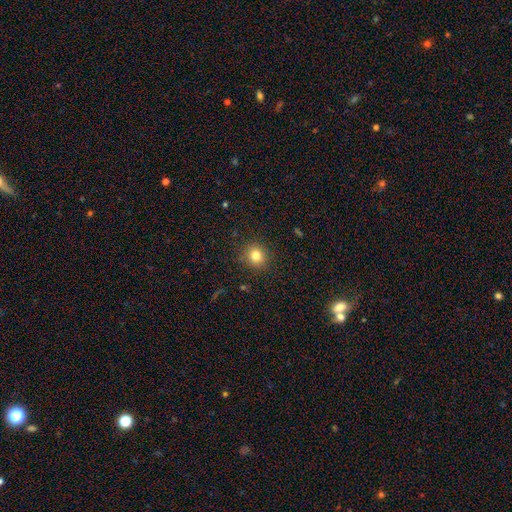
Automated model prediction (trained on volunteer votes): Smooth or featured? Predicted: smooth (p=0.80). How rounded? Predicted: round (p=0.88). Merging? Predicted: none (p=0.89).